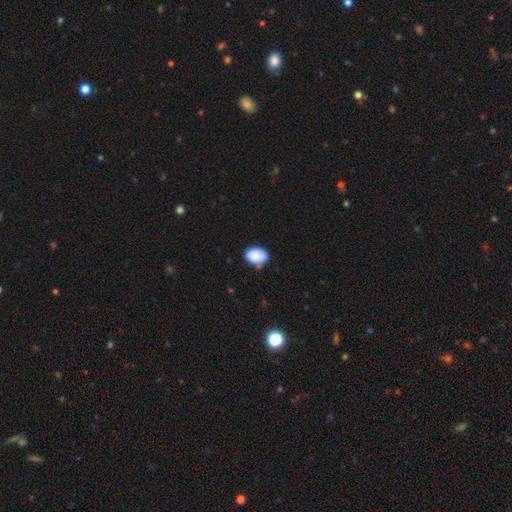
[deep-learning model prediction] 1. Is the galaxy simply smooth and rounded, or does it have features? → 88% smooth, 7% star or artifact, 5% featured or disk.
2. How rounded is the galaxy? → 78% in between, 21% round, 1% cigar-shaped.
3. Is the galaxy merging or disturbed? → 72% none, 21% minor disturbance, 4% major disturbance, 3% merger.